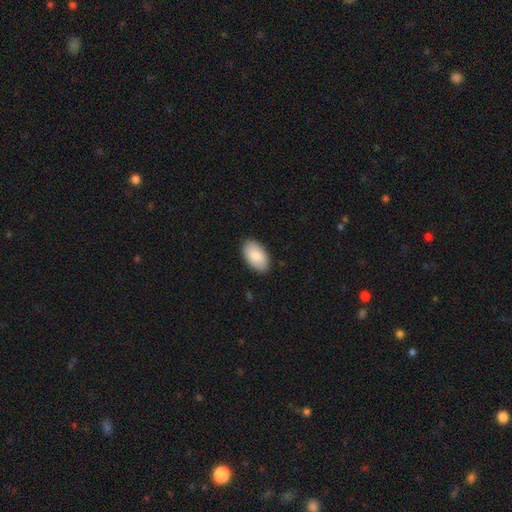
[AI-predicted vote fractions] This appears to be a smooth galaxy with no disk features (88%) that is in between round and cigar-shaped (95%). Merging: none (88%).